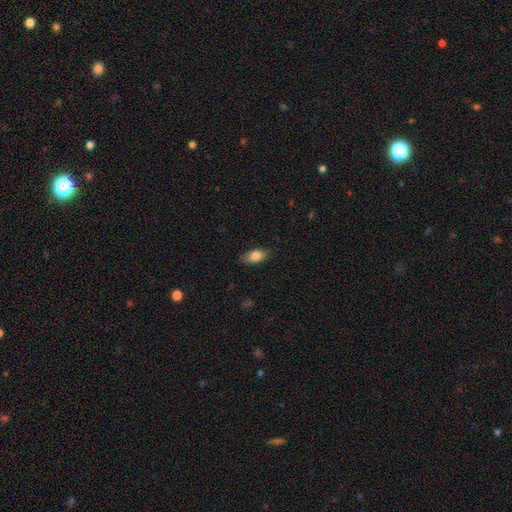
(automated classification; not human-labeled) A smooth galaxy with no disk features (81%) that is in between round and cigar-shaped (87%). Merging: none (83%).